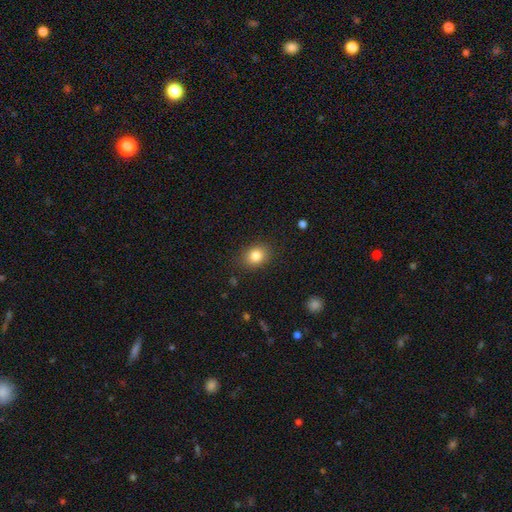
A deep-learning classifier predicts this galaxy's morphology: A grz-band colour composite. It shows a smooth galaxy with no disk features (83%) that is in between round and cigar-shaped (54%). Merging: none (85%).